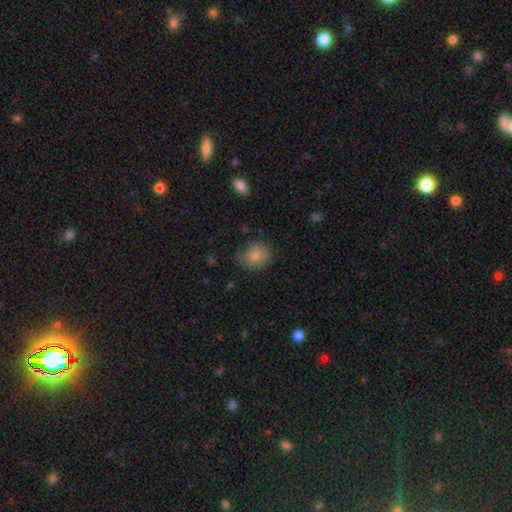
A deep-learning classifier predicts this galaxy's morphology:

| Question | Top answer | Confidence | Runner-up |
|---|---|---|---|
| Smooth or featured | smooth | 82% | featured or disk (10%) |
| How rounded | round | 71% | in between (28%) |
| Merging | none | 66% | minor disturbance (26%) |